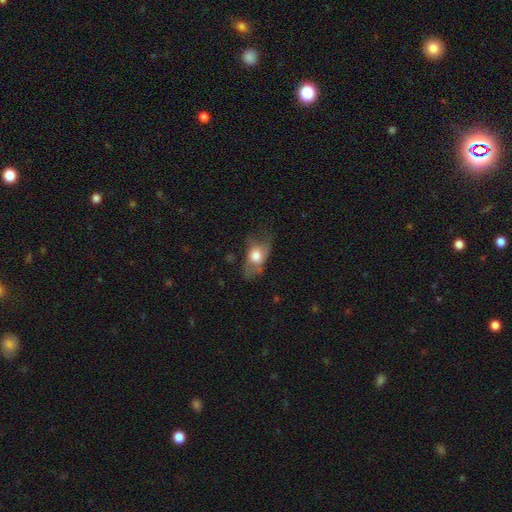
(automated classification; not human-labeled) Smooth or featured? smooth (60%)
How rounded? in between (77%)
Merging? none (39%)